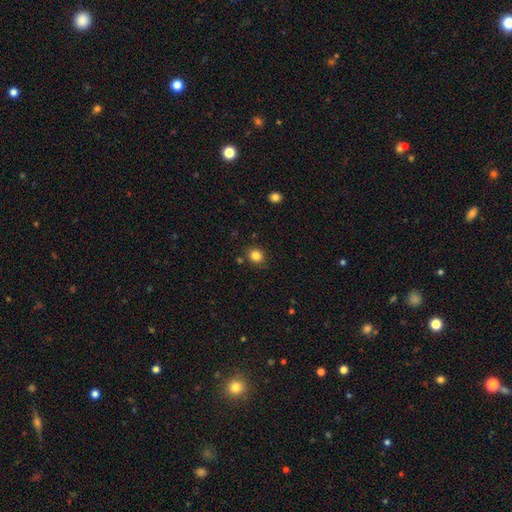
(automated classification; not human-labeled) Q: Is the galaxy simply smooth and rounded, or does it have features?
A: smooth — 84%.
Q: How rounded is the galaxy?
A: round — 75%.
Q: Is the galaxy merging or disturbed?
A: none — 83%.